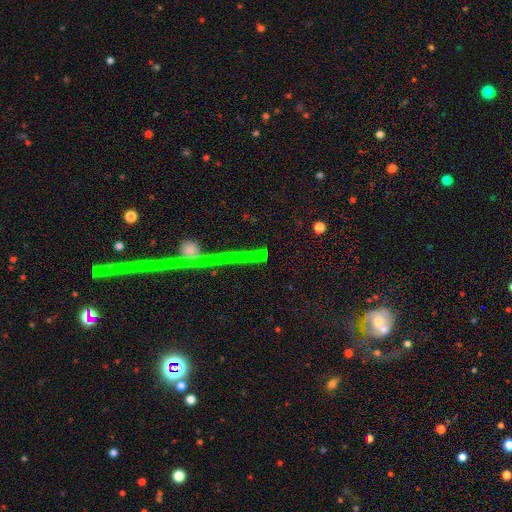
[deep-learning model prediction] Q: Smooth or featured?
A: star or artifact (59%); runner-up: featured or disk (21%)